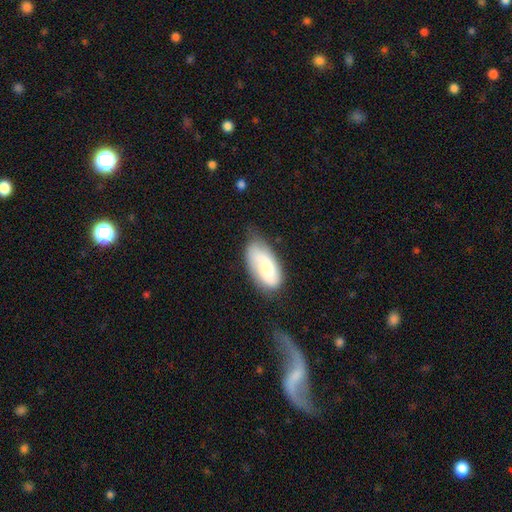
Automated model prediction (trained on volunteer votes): Overall: smooth (61%; featured or disk 32%). How rounded: in between (93%). Merging: none (50%; minor disturbance 35%).